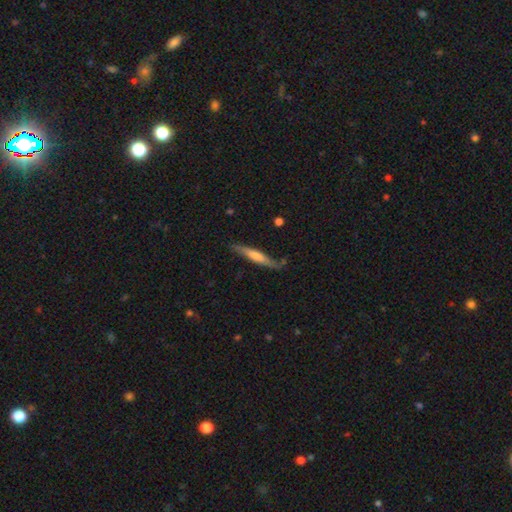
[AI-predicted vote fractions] smooth-or-featured: featured or disk: 47% (tied) | smooth: 47% (tied) | star or artifact: 5%
  merging: none: 76% | minor disturbance: 17% | major disturbance: 4% | merger: 3%